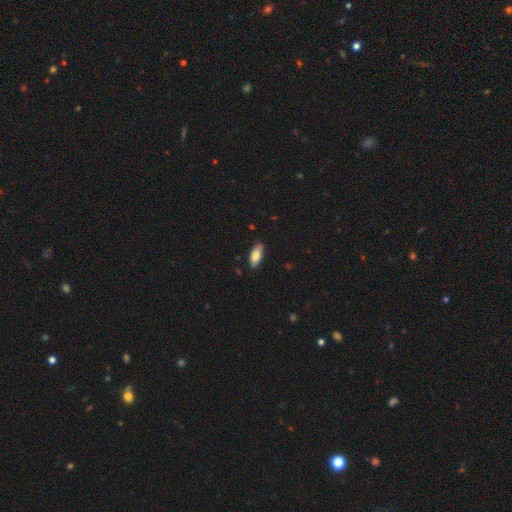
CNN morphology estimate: Smooth or featured? Predicted: smooth (p=0.79). How rounded? Predicted: in between (p=0.82). Merging? Predicted: none (p=0.81).